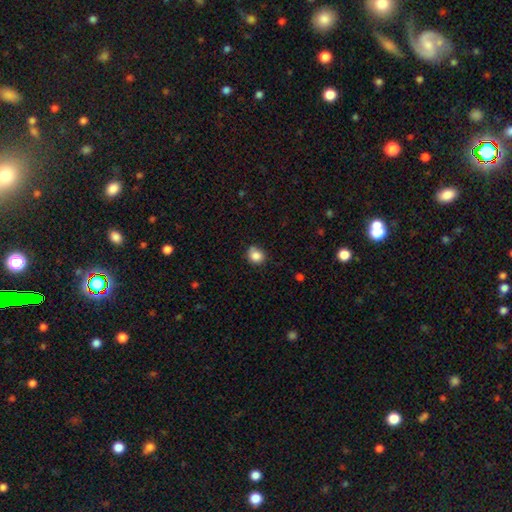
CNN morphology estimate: Smooth or featured?
  - smooth: 85% *
  - star or artifact: 10%
  - featured or disk: 5%
How rounded?
  - round: 76% *
  - in between: 23%
  - cigar-shaped: 1%
Merging?
  - none: 72% *
  - minor disturbance: 21%
  - merger: 4%
  - major disturbance: 4%